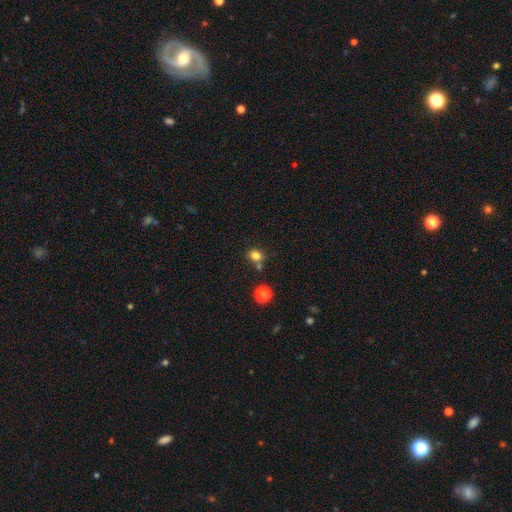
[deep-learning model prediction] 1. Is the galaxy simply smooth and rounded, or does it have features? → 80% smooth, 13% star or artifact, 7% featured or disk.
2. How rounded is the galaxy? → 56% round, 43% in between, 1% cigar-shaped.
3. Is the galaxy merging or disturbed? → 64% none, 19% merger, 12% minor disturbance, 4% major disturbance.